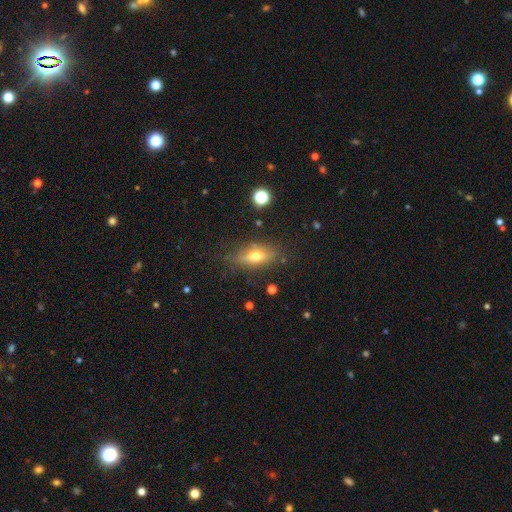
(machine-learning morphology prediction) type=smooth (47%); merging=none (77%).